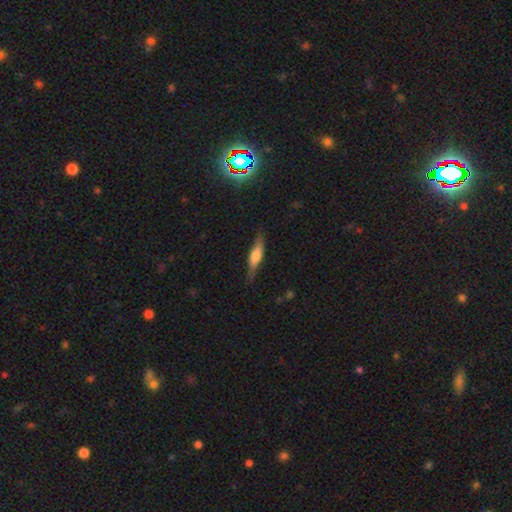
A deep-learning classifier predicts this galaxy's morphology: Smooth or featured: smooth — 51% (featured or disk — 42%)
How rounded: cigar-shaped — 71% (in between — 27%)
Merging: none — 78% (minor disturbance — 17%)